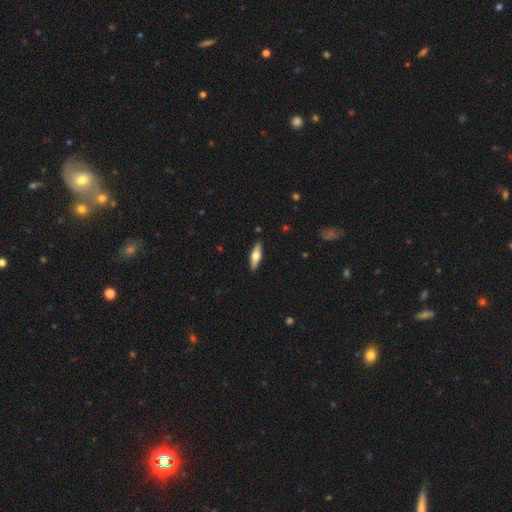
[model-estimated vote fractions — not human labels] Smooth or featured: smooth — 54% (featured or disk — 40%)
How rounded: cigar-shaped — 51% (in between — 47%)
Merging: none — 89% (minor disturbance — 8%)